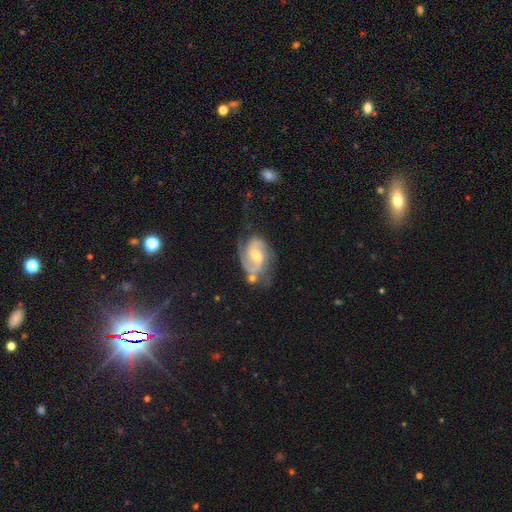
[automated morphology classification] type=featured or disk (84%); edge-on=no (97%); bar=no (46%); spiral arms=yes (96%); winding=medium (47%); arm count=2 (72%); bulge=moderate (50%); merging=none (52%).